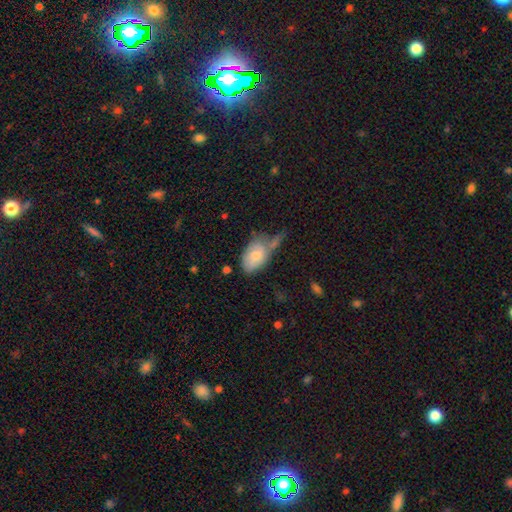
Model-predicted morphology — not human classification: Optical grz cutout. It shows a smooth galaxy with no disk features (73%) that is in between round and cigar-shaped (90%). Merging: none (37%).